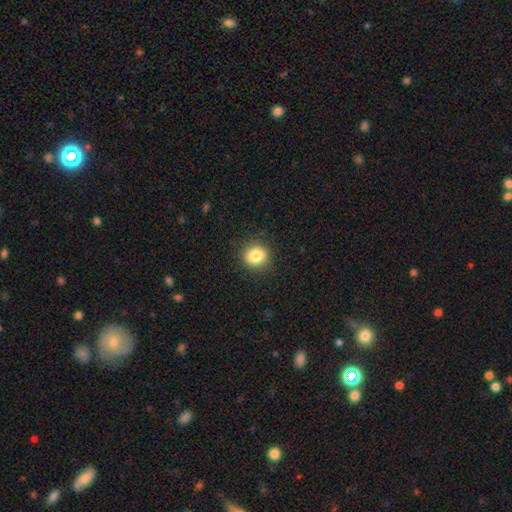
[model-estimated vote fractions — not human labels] Smooth or featured: smooth — 84% (star or artifact — 10%)
How rounded: round — 83% (in between — 16%)
Merging: none — 90% (minor disturbance — 7%)